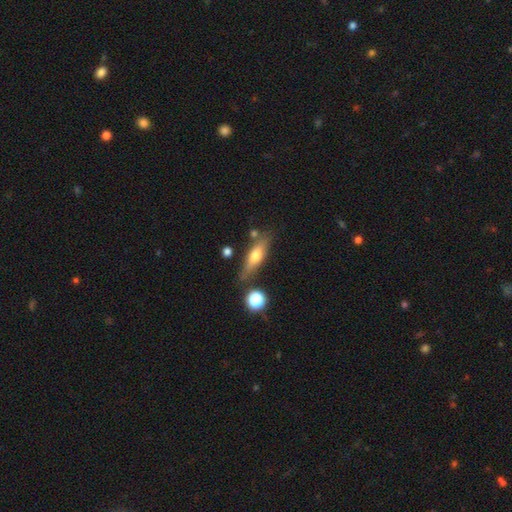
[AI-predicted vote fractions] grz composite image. It shows a smooth galaxy with no disk features (57%) that is cigar-shaped (54%). Merging: none (72%).